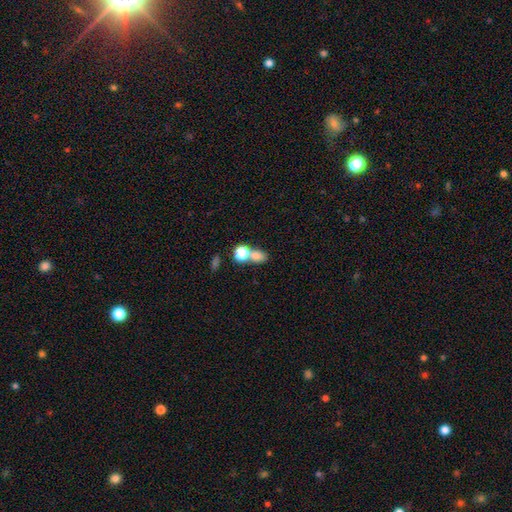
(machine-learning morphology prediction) The model was most divided on "merging": merger: 46%, none: 40%, minor disturbance: 8%, major disturbance: 5%. More confident: smooth or featured — smooth (74%); how rounded — in between (60%).